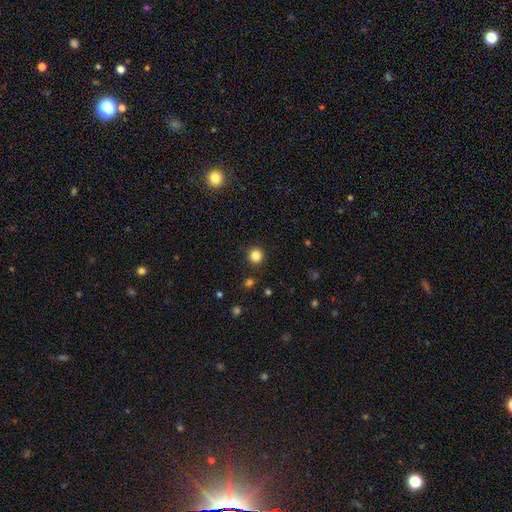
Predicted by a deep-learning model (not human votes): Morphology: type=smooth (85%); roundness=round (93%); merging=none (90%).